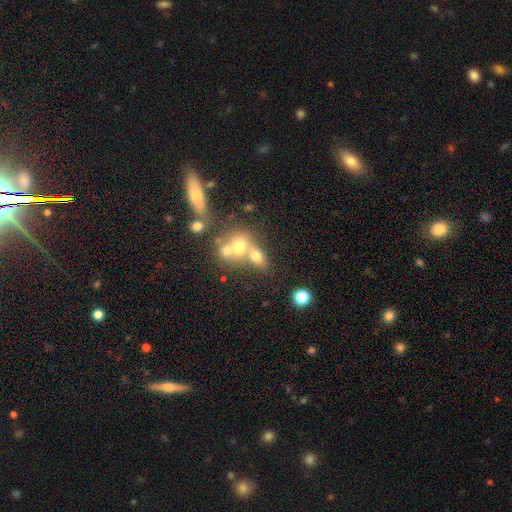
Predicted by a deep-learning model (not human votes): A smooth galaxy with no disk features (66%) that is in between round and cigar-shaped (53%). Merging: merger (53%).